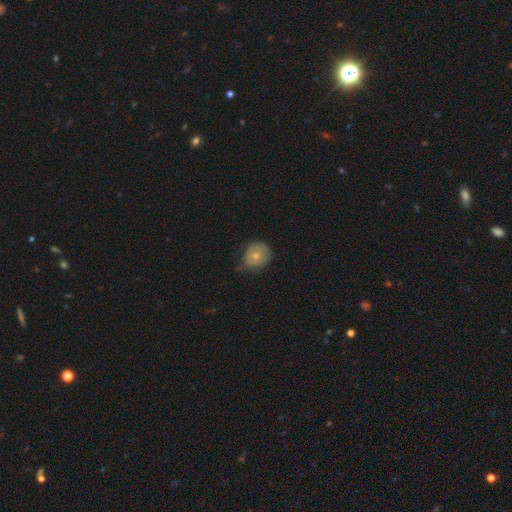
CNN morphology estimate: type=smooth (62%); roundness=round (79%); merging=none (62%).